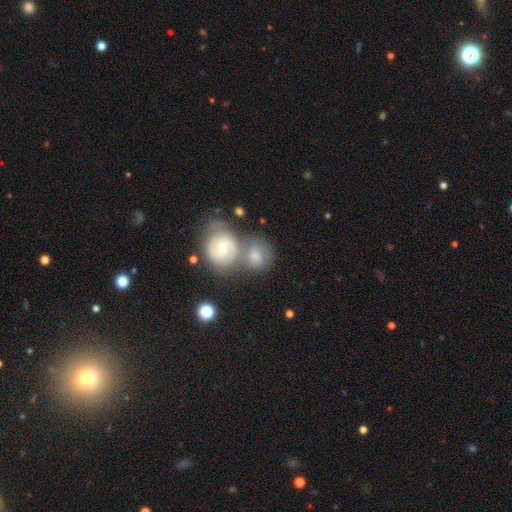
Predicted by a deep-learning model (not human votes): Smooth or featured? smooth (48%)
Merging? merger (45%)